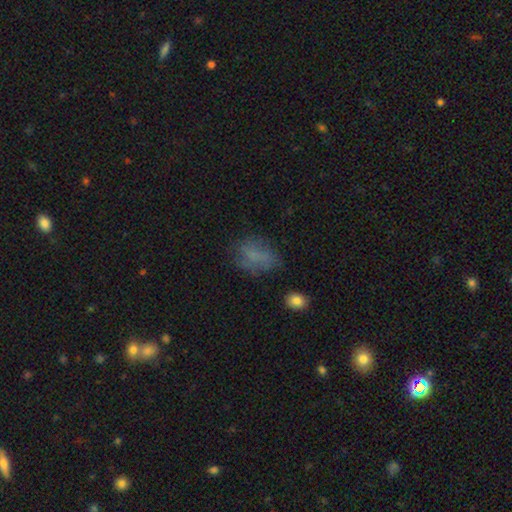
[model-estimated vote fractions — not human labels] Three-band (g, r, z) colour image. It shows a smooth galaxy with no disk features (64%) that is in between round and cigar-shaped (72%). Merging: none (58%).